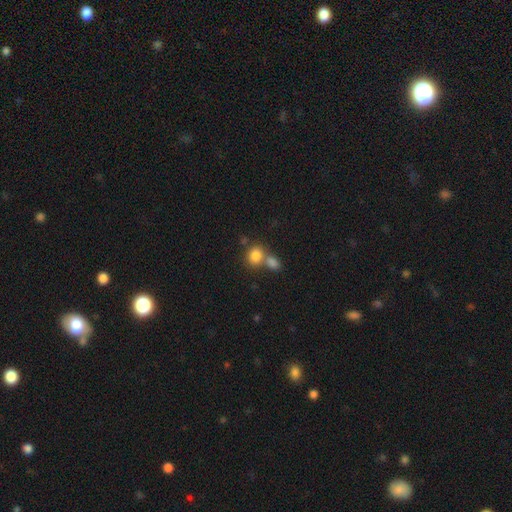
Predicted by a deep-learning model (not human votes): Smooth or featured? smooth (82%)
How rounded? round (65%)
Merging? merger (46%)